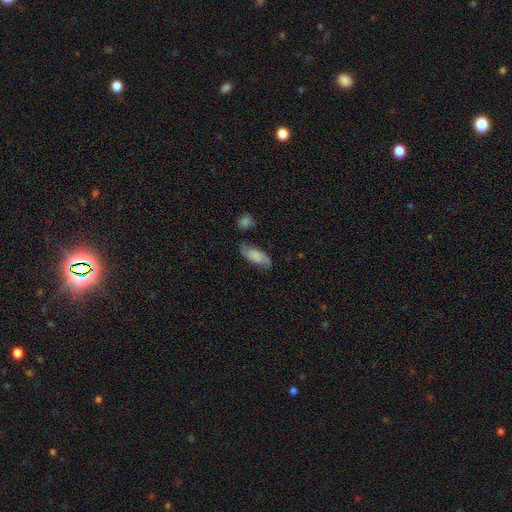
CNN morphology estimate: smooth 50%, featured or disk 42%, star or artifact 8%. Down the decision tree: merging — none (66%).